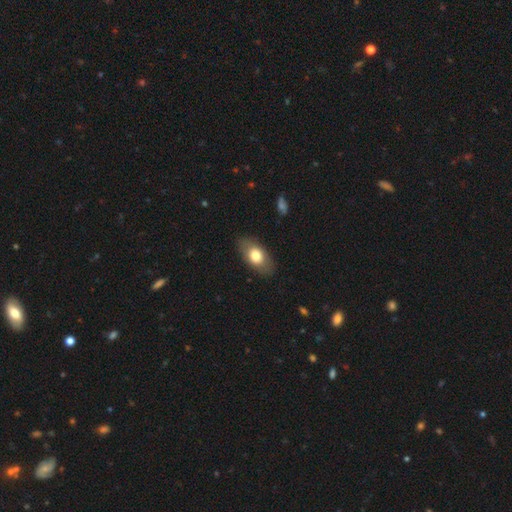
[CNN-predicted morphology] Overall: smooth (72%). How rounded: in between (89%). Merging: none (84%).